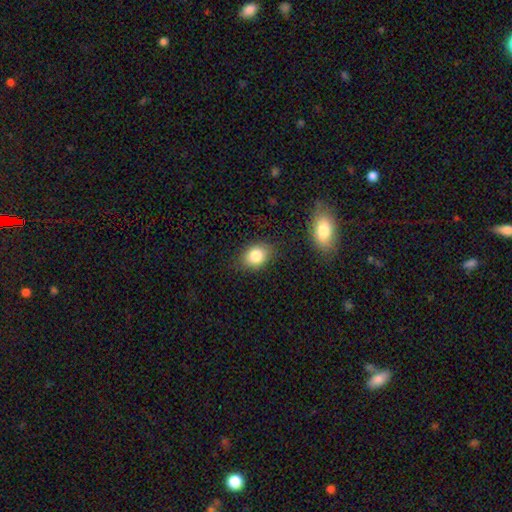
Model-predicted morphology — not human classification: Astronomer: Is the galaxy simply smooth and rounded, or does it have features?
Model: smooth — 83%.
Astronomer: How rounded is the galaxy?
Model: in between — 59% (runner-up: round, 40%).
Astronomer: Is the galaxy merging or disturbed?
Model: none — 82%.